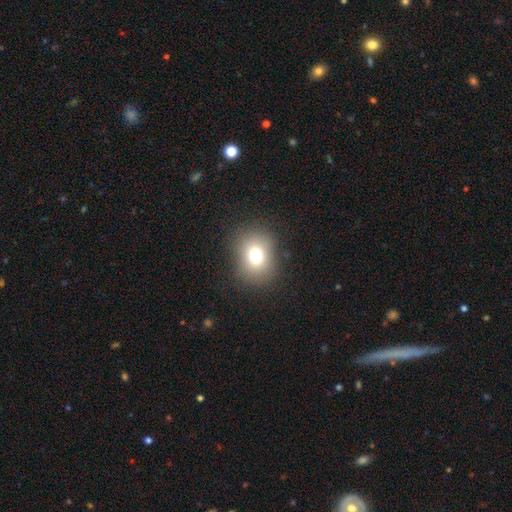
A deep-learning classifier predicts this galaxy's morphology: Q: Smooth or featured?
A: smooth (73%); runner-up: star or artifact (15%)
Q: How rounded?
A: round (61%); runner-up: in between (38%)
Q: Merging?
A: none (84%); runner-up: minor disturbance (10%)